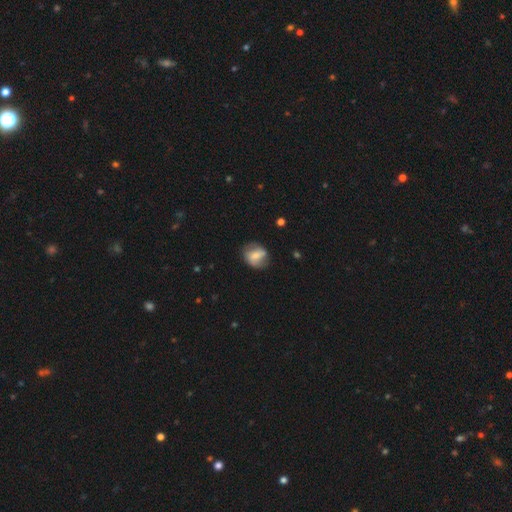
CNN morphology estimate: smooth 50%, featured or disk 42%, star or artifact 8%. Down the decision tree: merging — none (67%).